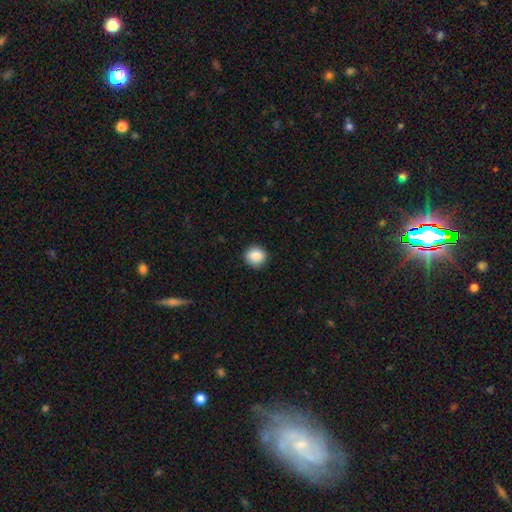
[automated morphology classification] type=smooth (88%); roundness=round (83%); merging=none (89%).